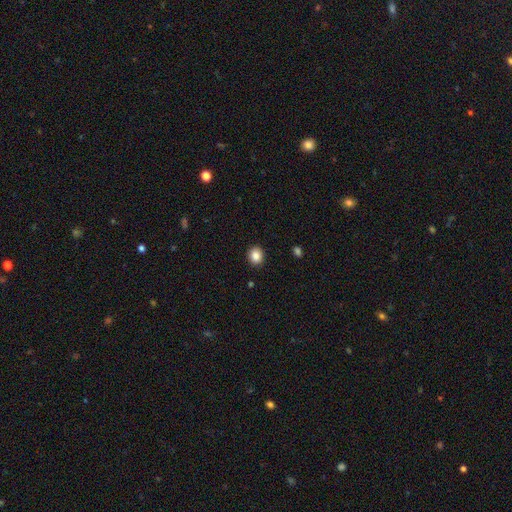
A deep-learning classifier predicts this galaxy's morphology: A smooth galaxy with no disk features (87%) that is round (73%).

Vote fractions:
- Smooth or featured? smooth: 87% / star or artifact: 9% / featured or disk: 4%
- How rounded? round: 73% / in between: 26% / cigar-shaped: 1%
- Merging? none: 91% / minor disturbance: 6% / major disturbance: 2% / merger: 1%